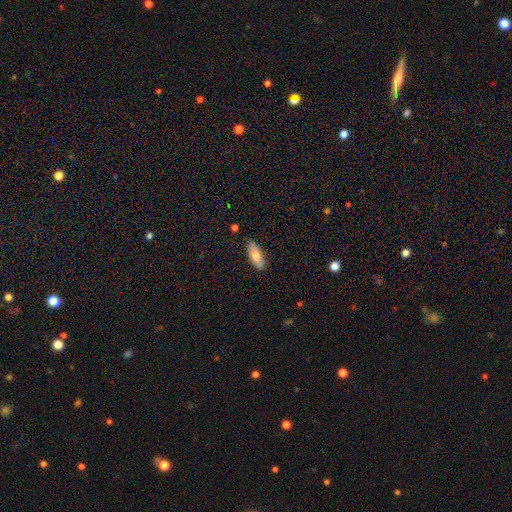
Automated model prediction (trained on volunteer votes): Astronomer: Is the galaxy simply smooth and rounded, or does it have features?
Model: smooth — 78%.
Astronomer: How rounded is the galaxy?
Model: in between — 72%.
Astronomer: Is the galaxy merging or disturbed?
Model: none — 83%.